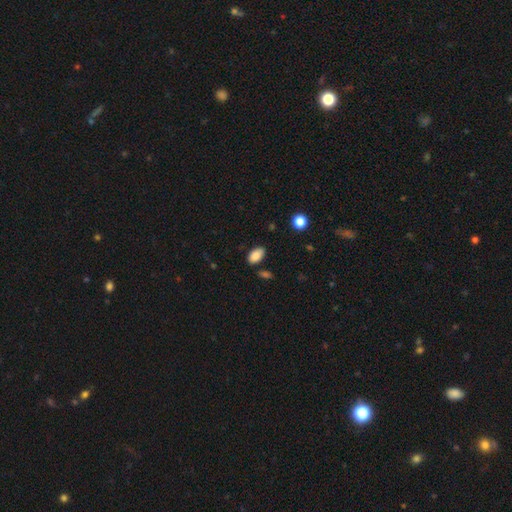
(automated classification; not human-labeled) smooth_or_featured: smooth (p=0.87) [alt: star or artifact p=0.08]
how_rounded: in between (p=0.93) [alt: round p=0.06]
merging: none (p=0.80) [alt: minor disturbance p=0.14]